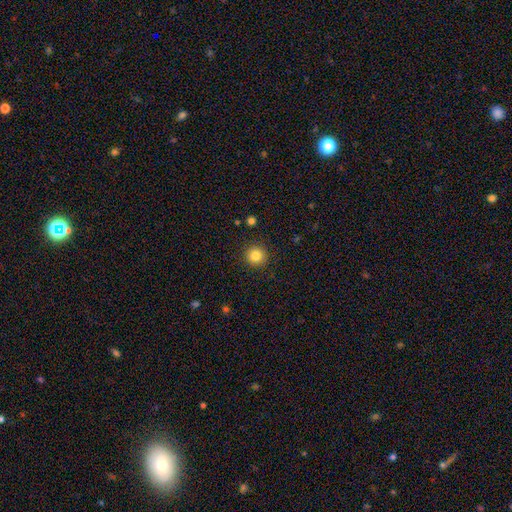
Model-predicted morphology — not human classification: A smooth galaxy with no disk features (83%) that is round (94%). Merging: none (91%).